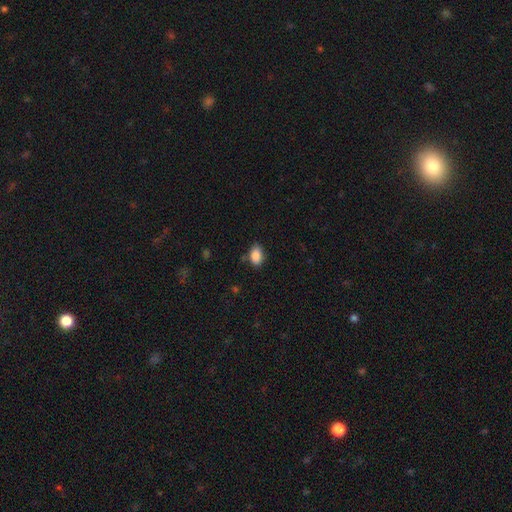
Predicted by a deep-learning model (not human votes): Smooth or featured? smooth (88%)
How rounded? in between (86%)
Merging? none (80%)